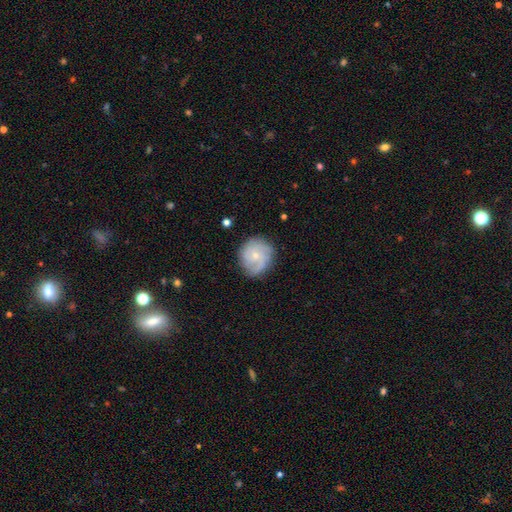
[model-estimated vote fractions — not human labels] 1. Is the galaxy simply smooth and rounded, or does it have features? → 63% featured or disk, 30% smooth, 8% star or artifact.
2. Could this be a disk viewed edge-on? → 98% no, 2% yes.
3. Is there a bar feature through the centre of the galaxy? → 77% no, 21% weak, 3% strong.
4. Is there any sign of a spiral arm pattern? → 88% yes, 12% no.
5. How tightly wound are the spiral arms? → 47% tight, 38% medium, 15% loose.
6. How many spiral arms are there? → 32% can't tell, 28% 3, 19% 2, 10% 4, 6% 1, 5% more than 4.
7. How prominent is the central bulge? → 70% small, 26% moderate, 2% none, 1% large, 1% dominant.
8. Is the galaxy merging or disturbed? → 77% none, 16% minor disturbance, 5% major disturbance, 1% merger.